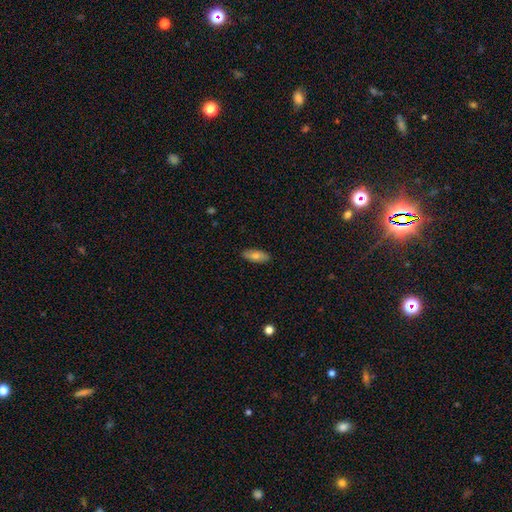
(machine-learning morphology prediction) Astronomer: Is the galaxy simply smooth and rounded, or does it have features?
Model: smooth — 75%.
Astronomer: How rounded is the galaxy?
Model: in between — 81%.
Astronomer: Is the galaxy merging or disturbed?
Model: none — 89%.